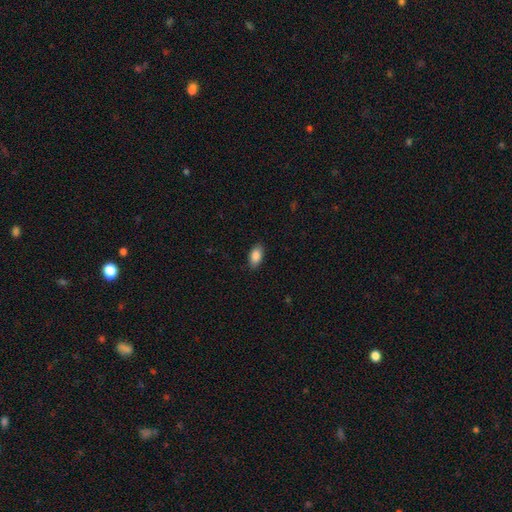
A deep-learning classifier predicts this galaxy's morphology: Smooth or featured? Predicted: smooth (p=0.88). How rounded? Predicted: in between (p=0.93). Merging? Predicted: none (p=0.87).